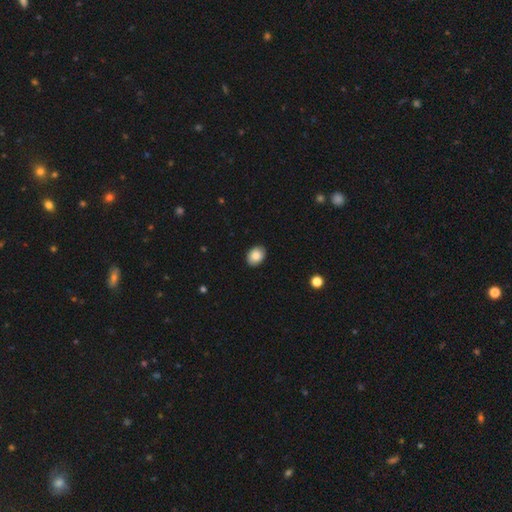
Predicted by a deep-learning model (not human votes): smooth_or_featured: smooth (p=0.85) [alt: featured or disk p=0.08]
how_rounded: in between (p=0.74) [alt: round p=0.25]
merging: none (p=0.90) [alt: minor disturbance p=0.08]